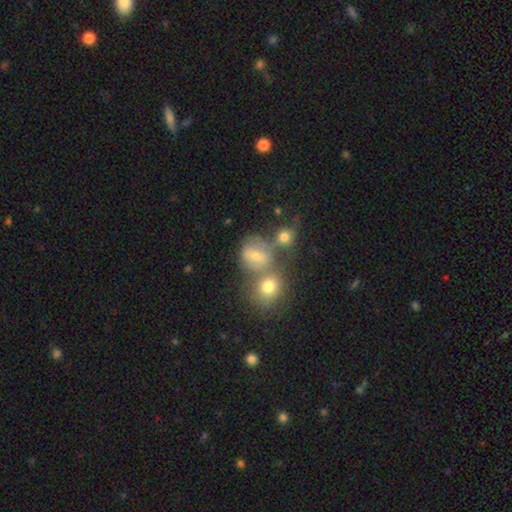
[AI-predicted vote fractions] The model was most divided on "merging": none: 41%, merger: 37%, minor disturbance: 14%, major disturbance: 8%. More confident: how rounded — round (64%); smooth or featured — smooth (57%).